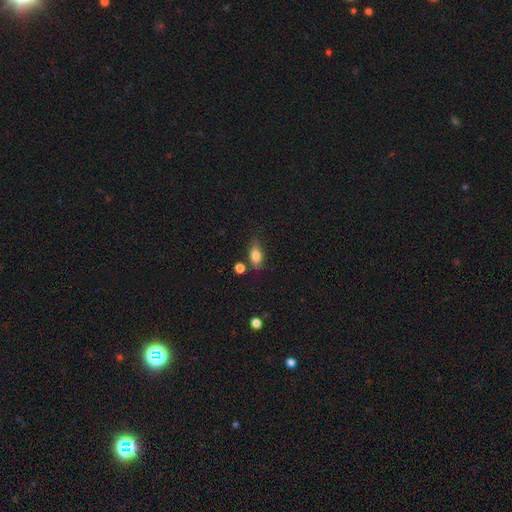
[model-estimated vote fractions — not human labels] Smooth or featured?
  - smooth: 79% *
  - featured or disk: 12%
  - star or artifact: 9%
How rounded?
  - in between: 81% *
  - round: 10%
  - cigar-shaped: 8%
Merging?
  - none: 67% *
  - minor disturbance: 20%
  - merger: 8%
  - major disturbance: 5%